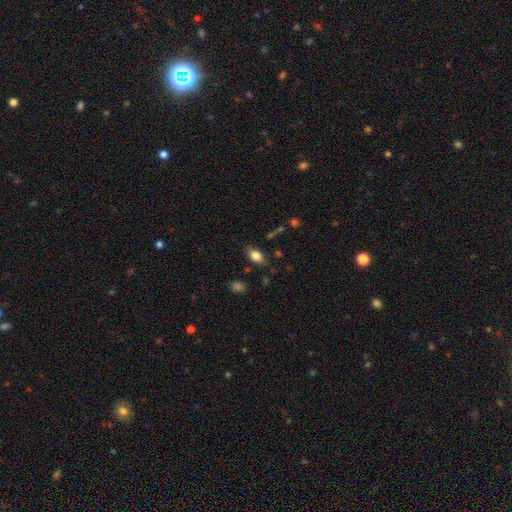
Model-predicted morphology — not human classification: smooth_or_featured: smooth (p=0.82) [alt: featured or disk p=0.10]
how_rounded: in between (p=0.87) [alt: round p=0.10]
merging: none (p=0.81) [alt: minor disturbance p=0.13]